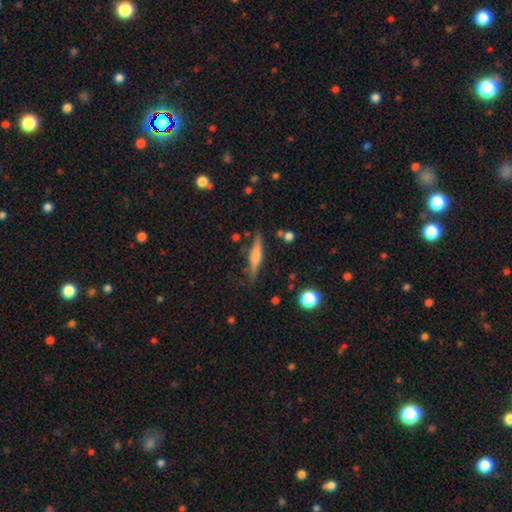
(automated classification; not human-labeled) Smooth or featured: featured or disk — 53% (smooth — 40%)
Edge-on disk: yes — 95% (no — 5%)
Edge-on bulge: rounded — 72% (boxy — 14%)
Merging: none — 82% (minor disturbance — 12%)